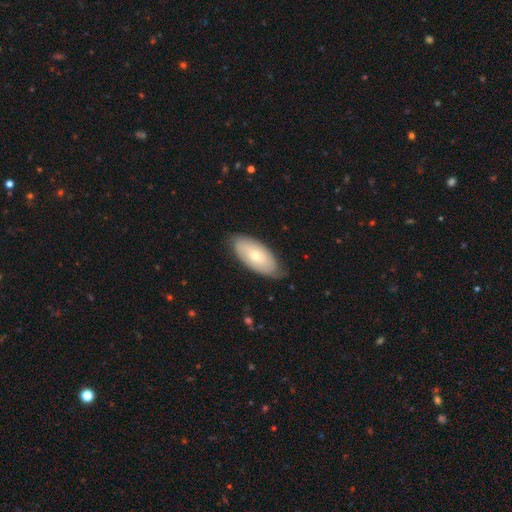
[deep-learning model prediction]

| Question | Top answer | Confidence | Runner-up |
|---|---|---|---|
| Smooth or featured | smooth | 52% | featured or disk (42%) |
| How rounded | in between | 92% | cigar-shaped (6%) |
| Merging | none | 74% | minor disturbance (22%) |